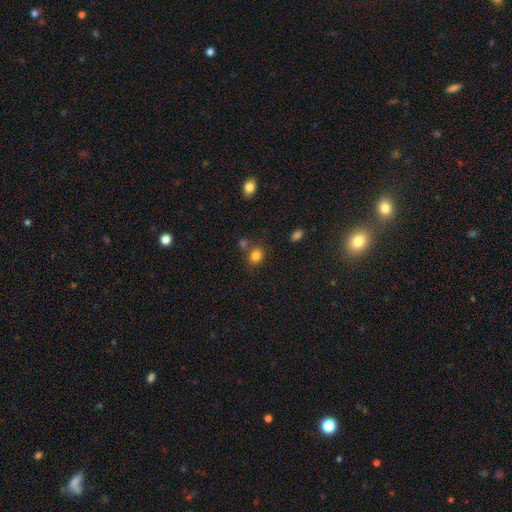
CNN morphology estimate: This appears to be a smooth galaxy with no disk features (82%) that is round (69%). Merging: none (68%).